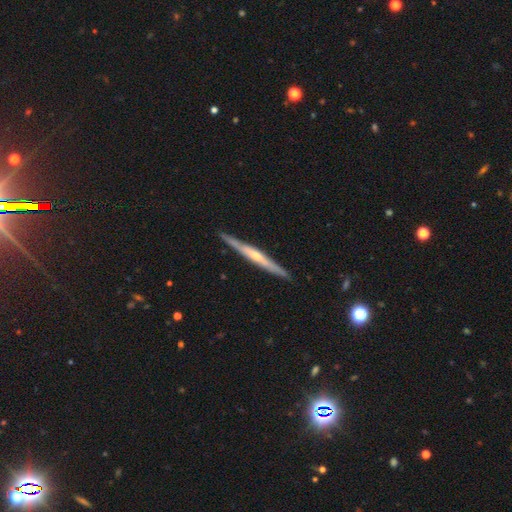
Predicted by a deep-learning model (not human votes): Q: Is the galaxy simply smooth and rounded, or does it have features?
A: featured or disk — 72%.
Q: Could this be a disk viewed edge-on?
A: yes — 97%.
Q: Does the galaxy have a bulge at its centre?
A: rounded — 63%.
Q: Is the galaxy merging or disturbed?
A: none — 89%.